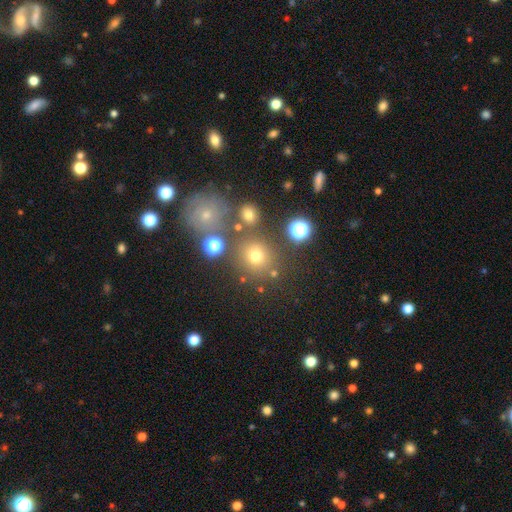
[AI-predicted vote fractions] Smooth or featured: smooth — 67% (star or artifact — 23%)
How rounded: round — 88% (in between — 11%)
Merging: none — 76% (merger — 10%)